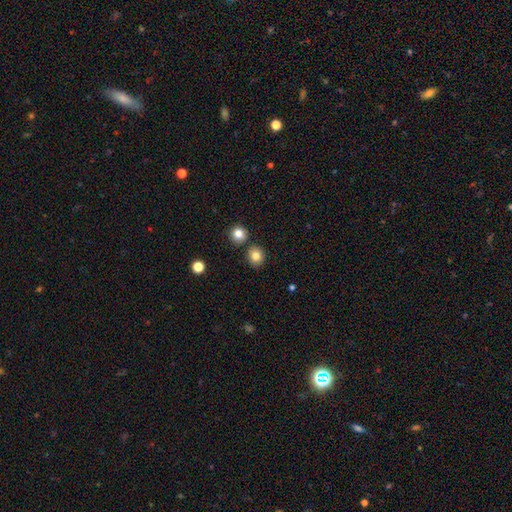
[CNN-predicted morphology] This appears to be a smooth galaxy with no disk features (82%) that is round (81%). Merging: none (82%).